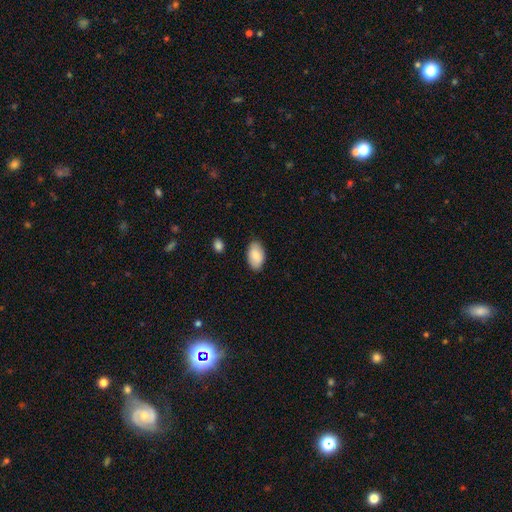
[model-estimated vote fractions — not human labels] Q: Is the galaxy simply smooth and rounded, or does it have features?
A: smooth — 84%.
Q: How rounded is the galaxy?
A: in between — 94%.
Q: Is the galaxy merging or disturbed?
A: none — 85%.